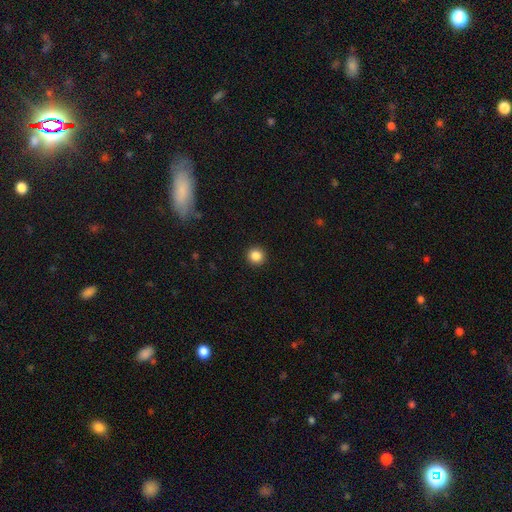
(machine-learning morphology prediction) type=smooth (86%); roundness=round (94%); merging=none (93%).